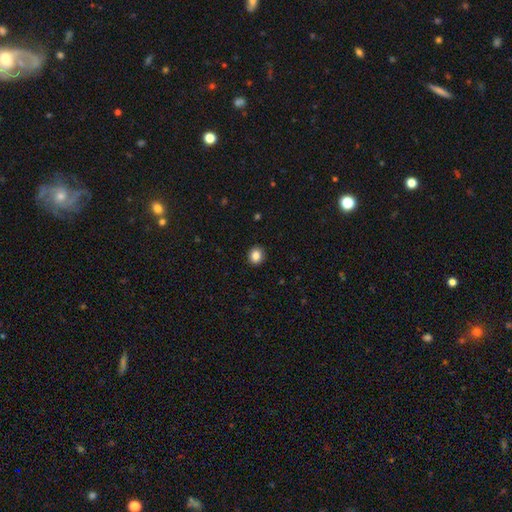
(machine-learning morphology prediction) Q: Smooth or featured?
A: smooth (86%); runner-up: star or artifact (10%)
Q: How rounded?
A: round (80%); runner-up: in between (19%)
Q: Merging?
A: none (92%); runner-up: minor disturbance (5%)